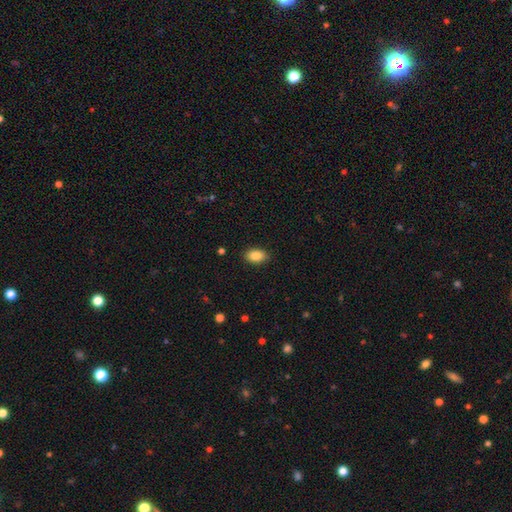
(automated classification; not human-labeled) smooth 87%, star or artifact 8%, featured or disk 5%. Down the decision tree: how rounded — in between (89%); merging — none (88%).